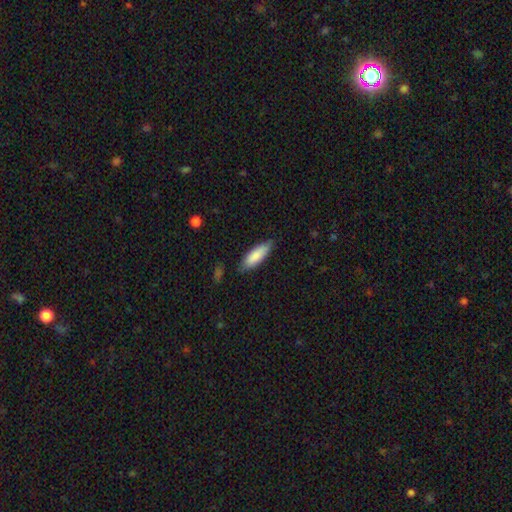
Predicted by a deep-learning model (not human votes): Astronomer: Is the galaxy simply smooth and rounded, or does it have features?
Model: smooth — 85%.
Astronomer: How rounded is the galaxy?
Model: in between — 57% (runner-up: cigar-shaped, 42%).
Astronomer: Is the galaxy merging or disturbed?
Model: none — 77%.